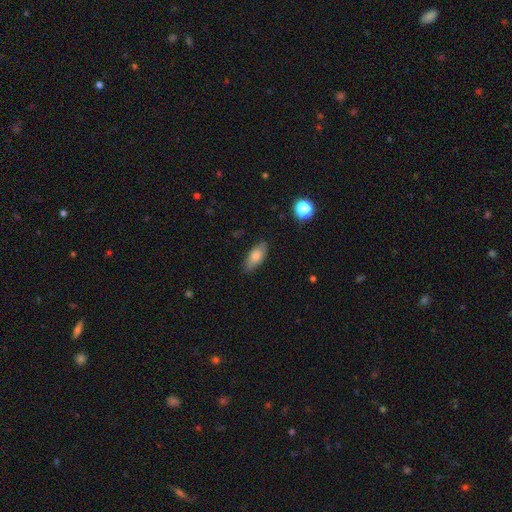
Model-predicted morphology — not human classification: smooth-or-featured: smooth: 79% | featured or disk: 14% | star or artifact: 7%
  how-rounded: in between: 82% | cigar-shaped: 14% | round: 3%
  merging: none: 83% | minor disturbance: 14% | major disturbance: 3% | merger: 1%